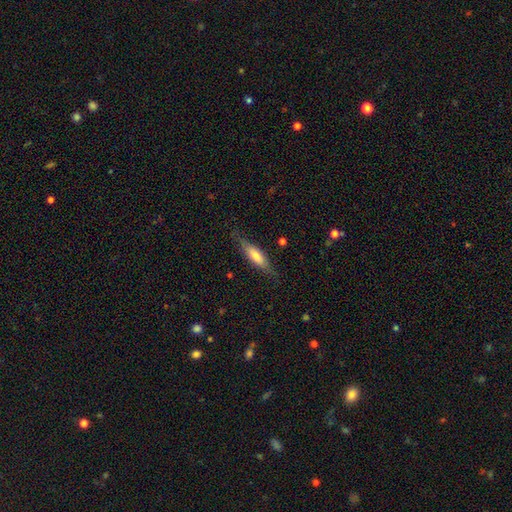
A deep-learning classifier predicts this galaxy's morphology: smooth-or-featured: smooth: 54% | featured or disk: 40% | star or artifact: 7%
  how-rounded: cigar-shaped: 64% | in between: 34% | round: 2%
  merging: none: 77% | minor disturbance: 17% | major disturbance: 5% | merger: 1%